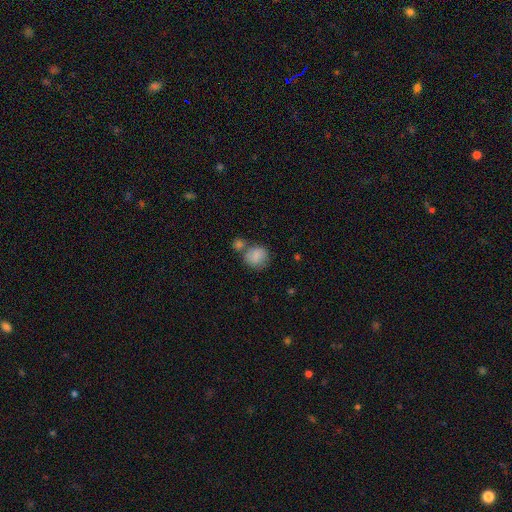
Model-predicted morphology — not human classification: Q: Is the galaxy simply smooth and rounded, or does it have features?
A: smooth — 83%.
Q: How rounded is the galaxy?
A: round — 78%.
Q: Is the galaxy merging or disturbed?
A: none — 50%.